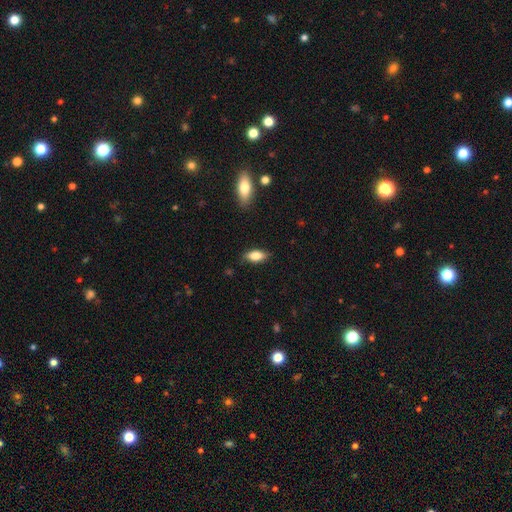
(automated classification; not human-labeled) This appears to be a smooth galaxy with no disk features (76%) that is in between round and cigar-shaped (83%). Merging: none (81%).